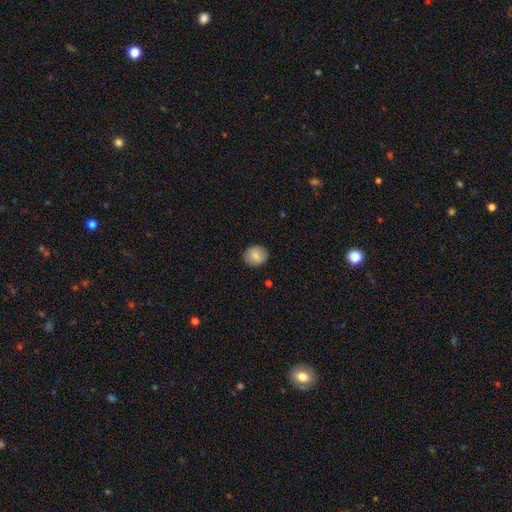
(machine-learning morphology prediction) Smooth or featured?
  - smooth: 83% *
  - featured or disk: 9%
  - star or artifact: 8%
How rounded?
  - round: 84% *
  - in between: 15%
  - cigar-shaped: 1%
Merging?
  - none: 89% *
  - minor disturbance: 8%
  - major disturbance: 2%
  - merger: 1%